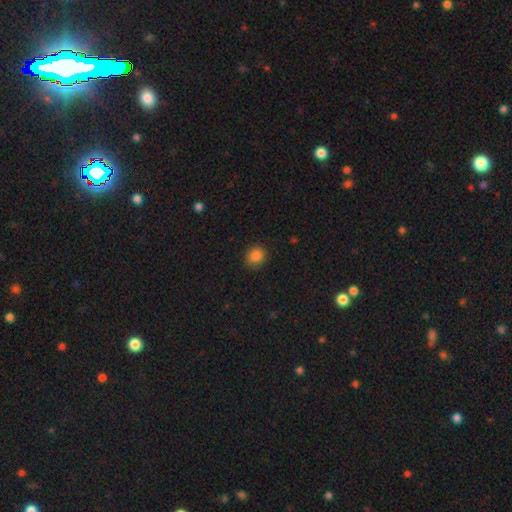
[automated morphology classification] type=smooth (85%); roundness=round (78%); merging=none (87%).